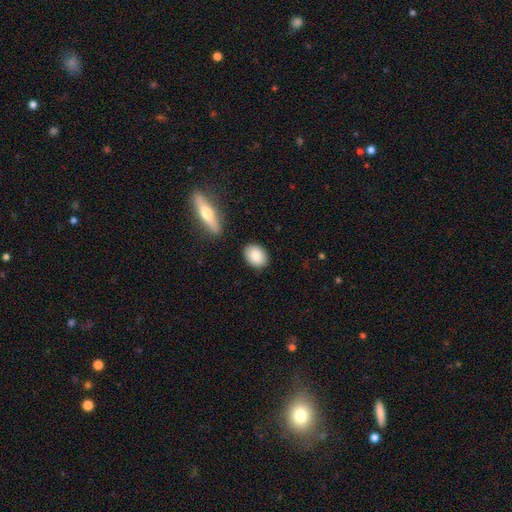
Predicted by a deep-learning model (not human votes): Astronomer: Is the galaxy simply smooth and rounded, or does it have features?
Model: smooth — 87%.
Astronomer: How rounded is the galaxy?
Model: in between — 72%.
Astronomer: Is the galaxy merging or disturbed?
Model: none — 85%.